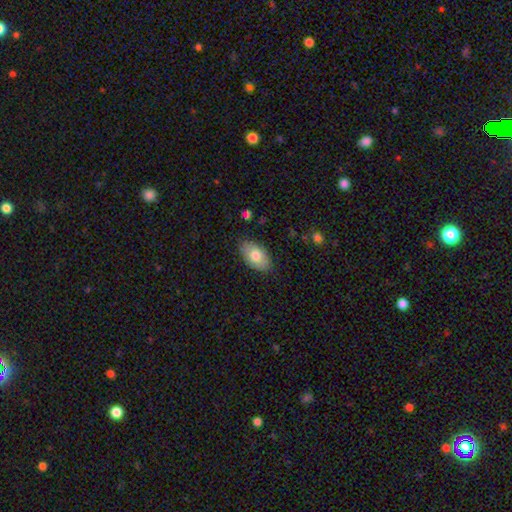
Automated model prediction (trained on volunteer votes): Overall: smooth (76%). How rounded: in between (93%). Merging: none (85%).